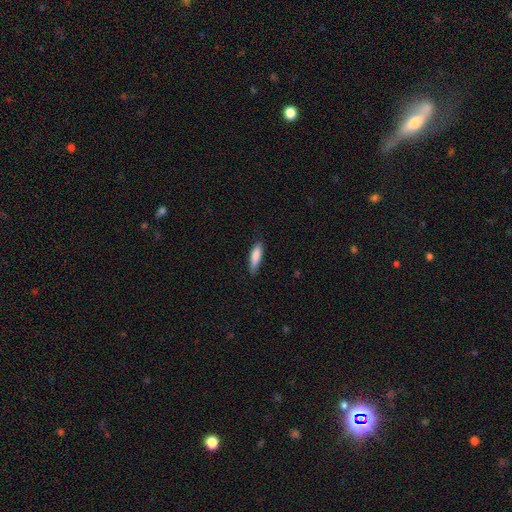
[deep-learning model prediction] Smooth or featured? Predicted: smooth (p=0.83). How rounded? Predicted: cigar-shaped (p=0.63). Merging? Predicted: none (p=0.77).